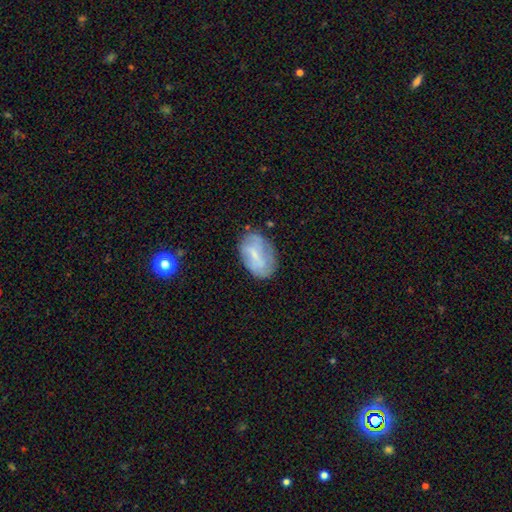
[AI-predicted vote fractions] Overall: smooth (49%; featured or disk 43%). Merging: none (64%; minor disturbance 24%).